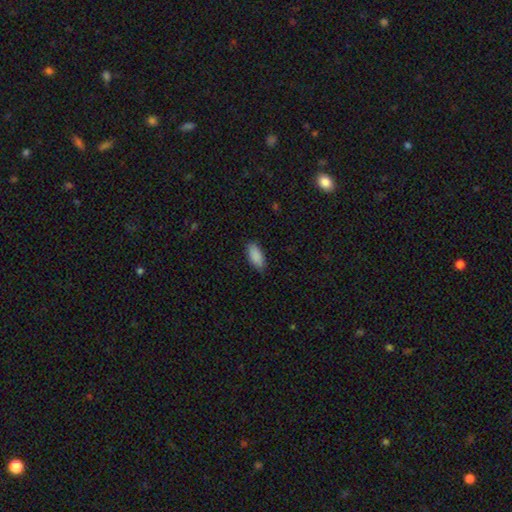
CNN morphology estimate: This appears to be a smooth galaxy with no disk features (89%) that is in between round and cigar-shaped (88%). Merging: none (81%).